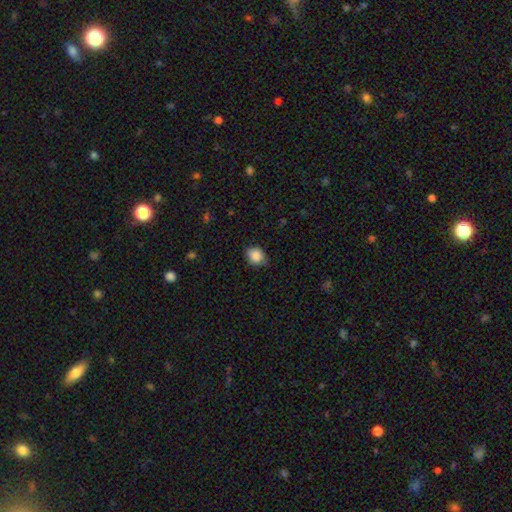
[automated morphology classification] This is clearly a smooth galaxy (86%). How rounded: possibly round (50%). Merging: likely none (74%).